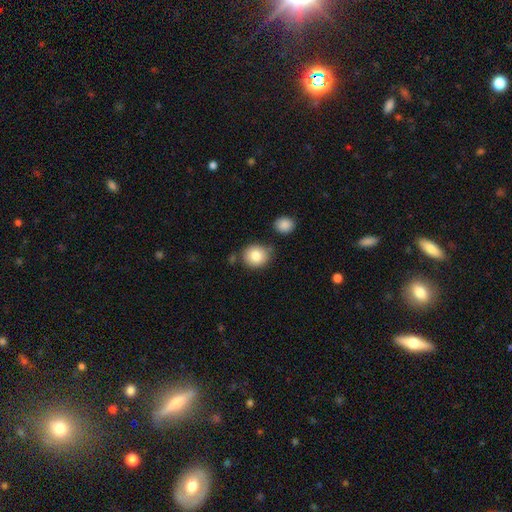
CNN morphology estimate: Smooth or featured?
  - smooth: 83% *
  - star or artifact: 9%
  - featured or disk: 8%
How rounded?
  - round: 84% *
  - in between: 15%
  - cigar-shaped: 1%
Merging?
  - none: 75% *
  - minor disturbance: 13%
  - merger: 9%
  - major disturbance: 3%